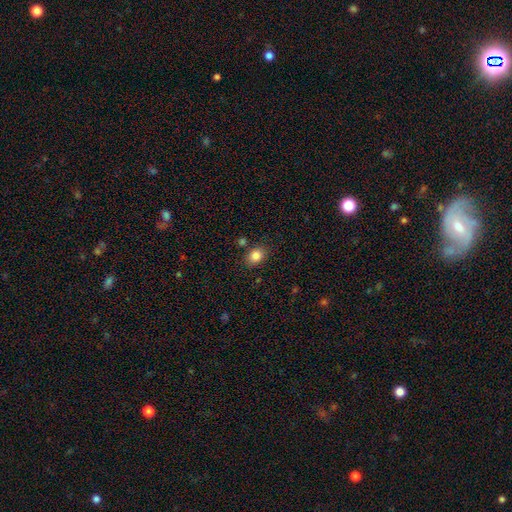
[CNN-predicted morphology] A smooth galaxy with no disk features (85%) that is in between round and cigar-shaped (57%). Merging: none (81%).